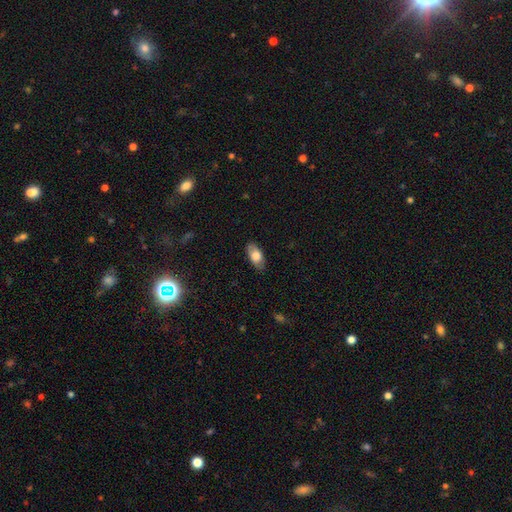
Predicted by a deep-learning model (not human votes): This is likely a smooth galaxy (73%). How rounded: clearly in between (90%). Merging: clearly none (84%).